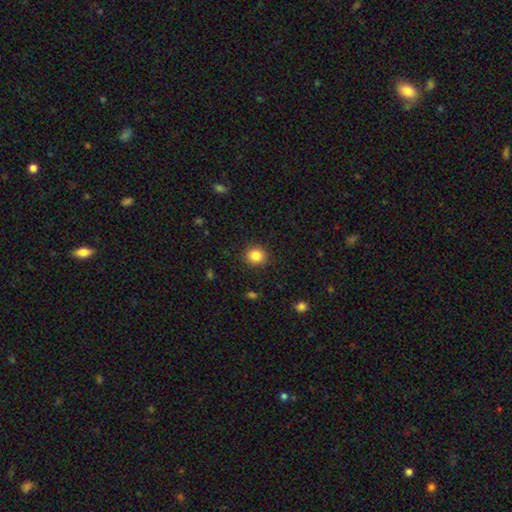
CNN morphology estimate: This appears to be a smooth galaxy with no disk features (85%) that is round (88%). Merging: none (90%).